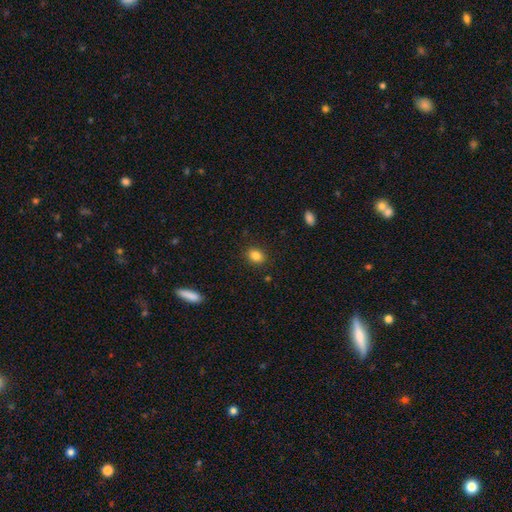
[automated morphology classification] The model was most divided on "how rounded": in between: 51%, round: 48%, cigar-shaped: 1%. More confident: merging — none (89%); smooth or featured — smooth (84%).